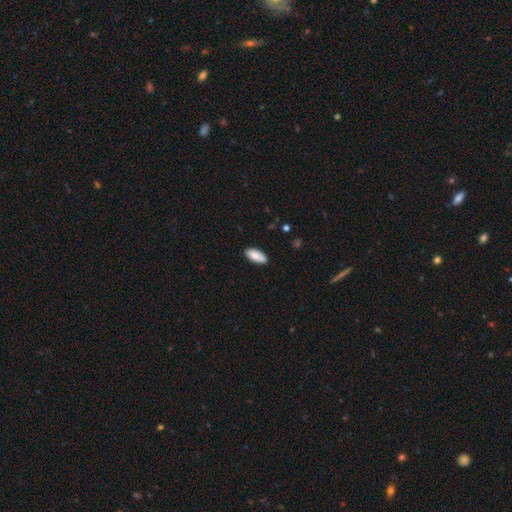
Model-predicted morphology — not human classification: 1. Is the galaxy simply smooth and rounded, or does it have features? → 84% smooth, 10% featured or disk, 6% star or artifact.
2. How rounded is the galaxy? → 89% in between, 9% cigar-shaped, 2% round.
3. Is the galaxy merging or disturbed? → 85% none, 12% minor disturbance, 2% major disturbance, 1% merger.